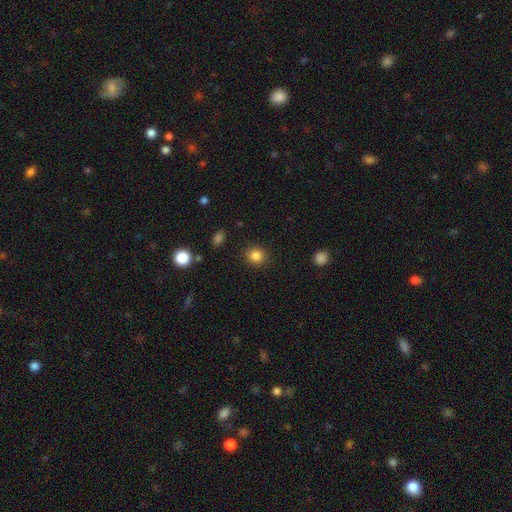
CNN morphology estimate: This appears to be a smooth galaxy with no disk features (85%) that is round (86%). Merging: none (90%).